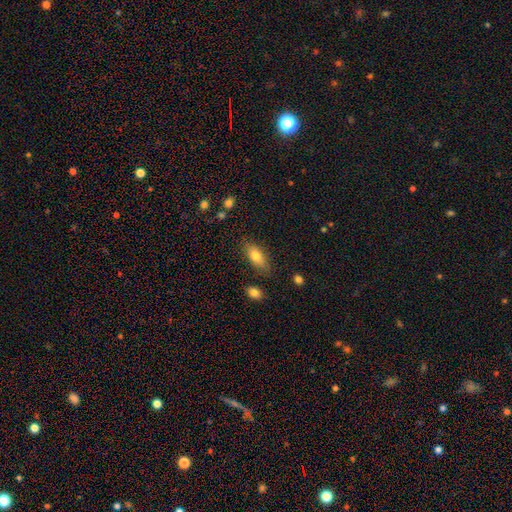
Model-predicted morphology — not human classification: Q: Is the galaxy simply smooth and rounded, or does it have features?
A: smooth — 77%.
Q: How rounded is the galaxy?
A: in between — 83%.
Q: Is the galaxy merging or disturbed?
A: none — 79%.